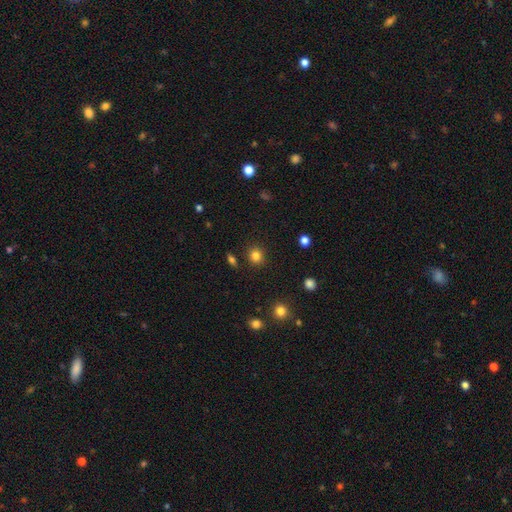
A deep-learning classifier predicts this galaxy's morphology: Smooth or featured: smooth — 83% (star or artifact — 12%)
How rounded: round — 86% (in between — 13%)
Merging: none — 89% (minor disturbance — 7%)